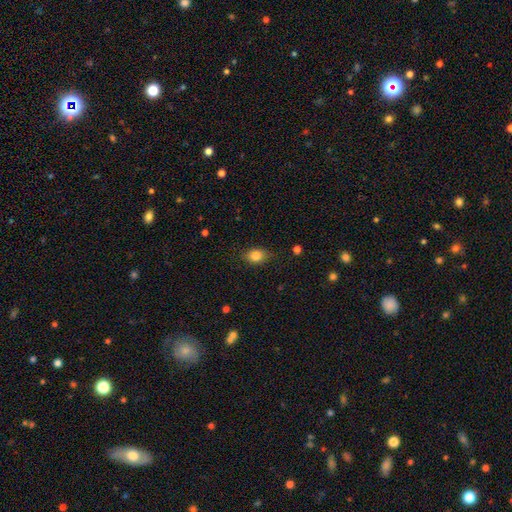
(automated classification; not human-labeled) Morphology: type=smooth (82%); roundness=in between (65%); merging=none (80%).